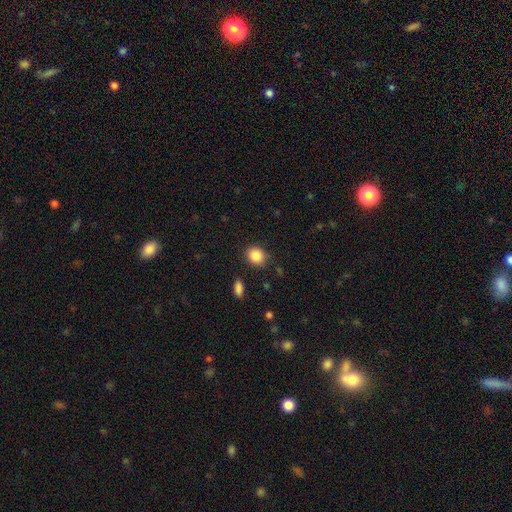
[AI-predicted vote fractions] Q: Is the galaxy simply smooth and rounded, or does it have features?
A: smooth — 87%.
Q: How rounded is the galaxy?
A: round — 65%.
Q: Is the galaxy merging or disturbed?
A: none — 84%.